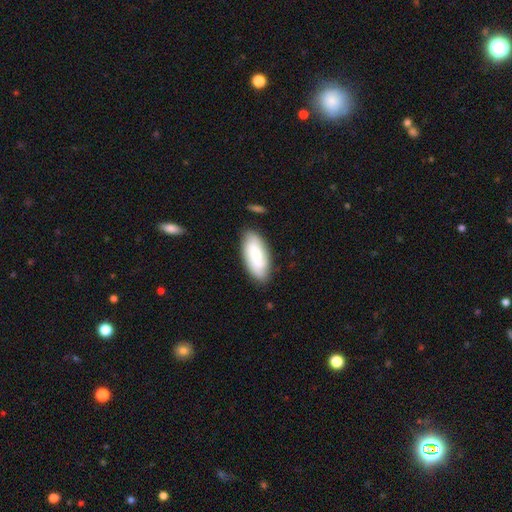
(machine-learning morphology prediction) This appears to be a smooth galaxy with no disk features (74%) that is in between round and cigar-shaped (87%). Merging: none (77%).